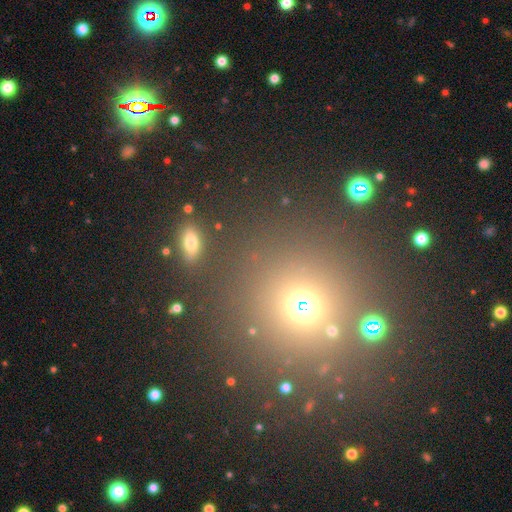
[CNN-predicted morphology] Smooth or featured? smooth (48%)
Merging? none (82%)